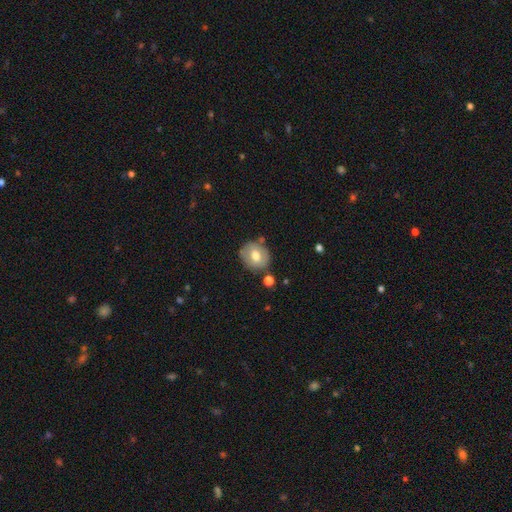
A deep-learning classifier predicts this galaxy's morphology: This is possibly a smooth galaxy (59%). How rounded: likely round (68%). Merging: likely none (76%).